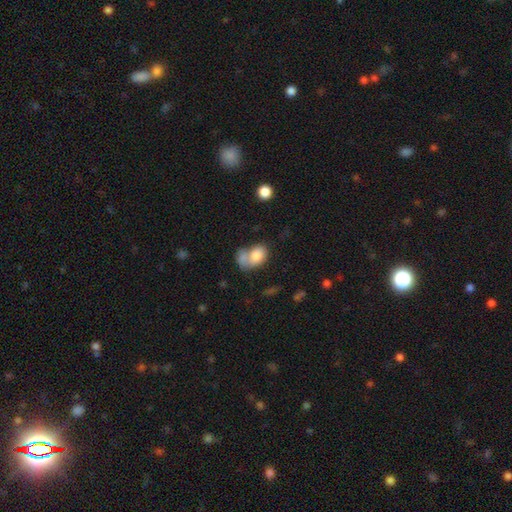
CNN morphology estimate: Smooth or featured? Predicted: smooth (p=0.78). How rounded? Predicted: in between (p=0.78). Merging? Predicted: merger (p=0.51).